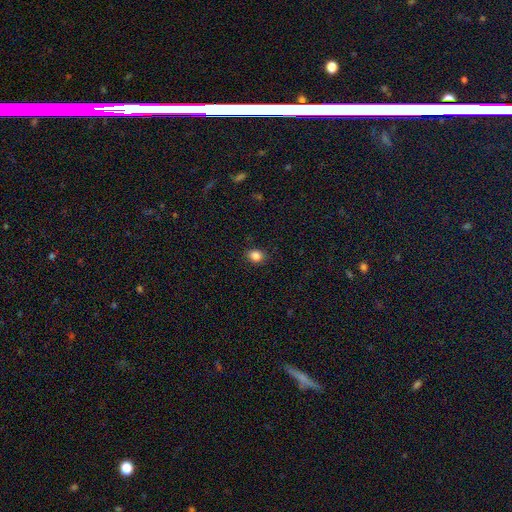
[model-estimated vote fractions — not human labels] smooth_or_featured: smooth (p=0.85) [alt: star or artifact p=0.11]
how_rounded: round (p=0.57) [alt: in between p=0.43]
merging: none (p=0.87) [alt: minor disturbance p=0.09]